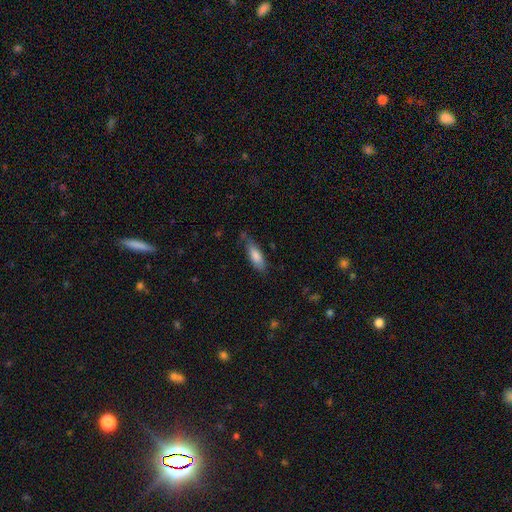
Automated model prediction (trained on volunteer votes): Smooth or featured? Predicted: smooth (p=0.79). How rounded? Predicted: in between (p=0.54). Merging? Predicted: none (p=0.68).